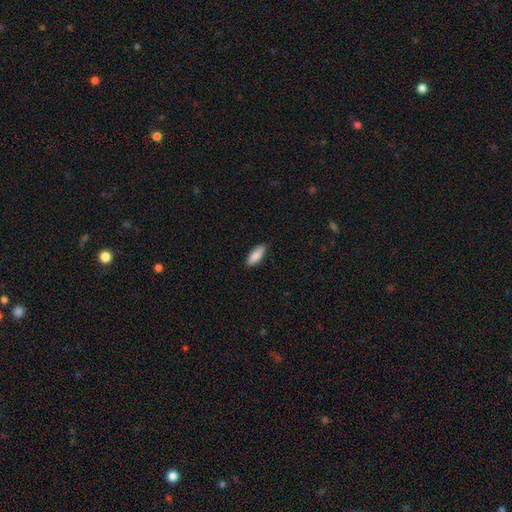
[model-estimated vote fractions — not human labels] Morphology: type=smooth (87%); roundness=in between (71%); merging=none (85%).